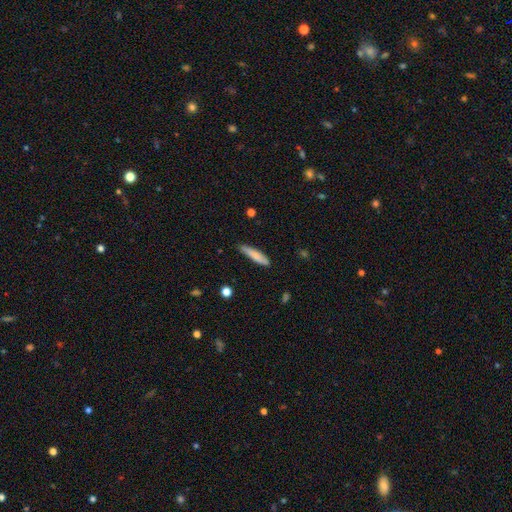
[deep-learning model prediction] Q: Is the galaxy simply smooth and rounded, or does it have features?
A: smooth — 76%.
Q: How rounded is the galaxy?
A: cigar-shaped — 84%.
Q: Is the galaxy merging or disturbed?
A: none — 79%.